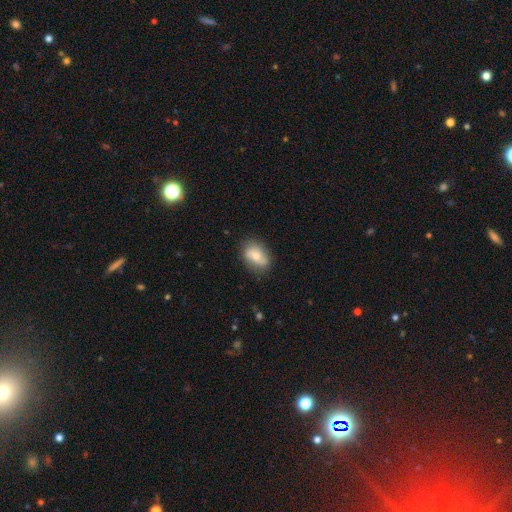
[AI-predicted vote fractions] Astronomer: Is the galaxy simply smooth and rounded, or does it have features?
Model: smooth — 61%.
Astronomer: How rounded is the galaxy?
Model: in between — 82%.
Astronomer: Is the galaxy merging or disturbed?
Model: none — 77%.